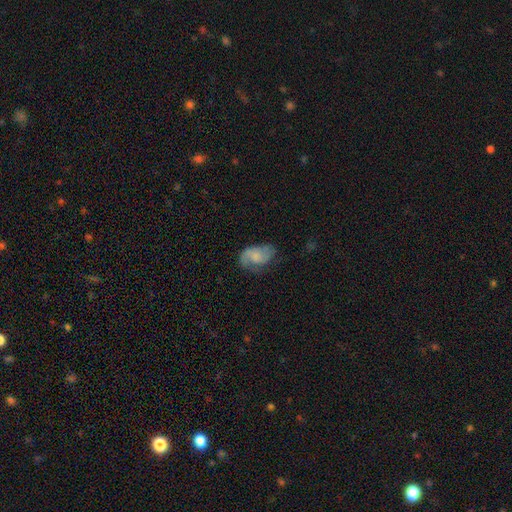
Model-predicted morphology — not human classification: A featured or disk galaxy (54%) with no bar (64%), spiral arms (88%) and no central bulge (39%).

Vote fractions:
- Smooth or featured? featured or disk: 54% / smooth: 38% / star or artifact: 8%
- Edge-on disk? no: 97% / yes: 3%
- Bar? no: 64% / weak: 31% / strong: 5%
- Spiral arms? yes: 88% / no: 12%
- Bulge size? none: 39% / small: 26% / moderate: 23% / large: 10% / dominant: 2%
- Merging? none: 57% / minor disturbance: 26% / major disturbance: 16% / merger: 2%